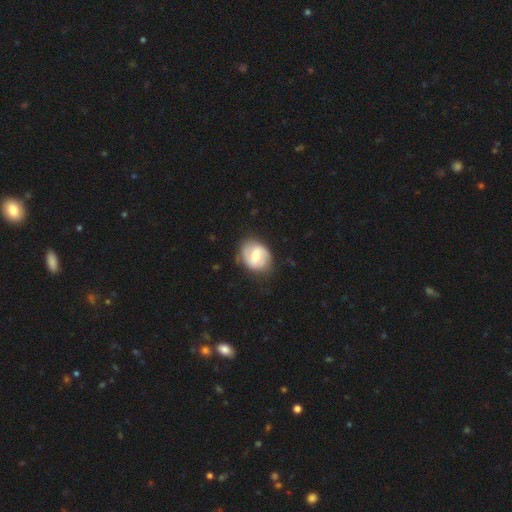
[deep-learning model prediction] Overall: featured or disk (60%; smooth 35%). Edge-on disk: no (97%). Bar: weak (50%; strong 26%). Spiral arms: yes (75%). Bulge size: moderate (67%). Merging: none (75%).